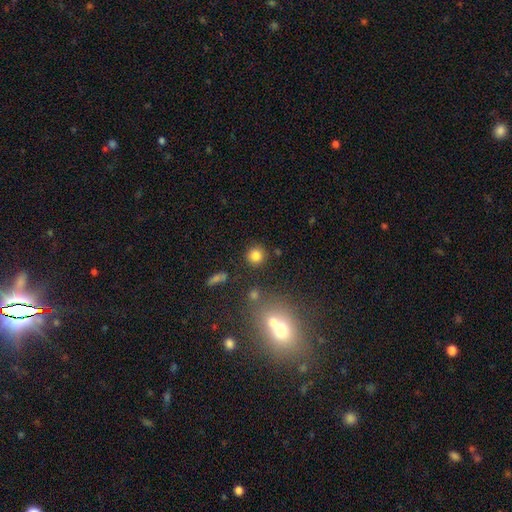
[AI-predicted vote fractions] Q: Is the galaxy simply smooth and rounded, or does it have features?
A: smooth — 82%.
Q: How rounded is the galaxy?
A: round — 90%.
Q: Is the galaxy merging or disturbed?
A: none — 84%.